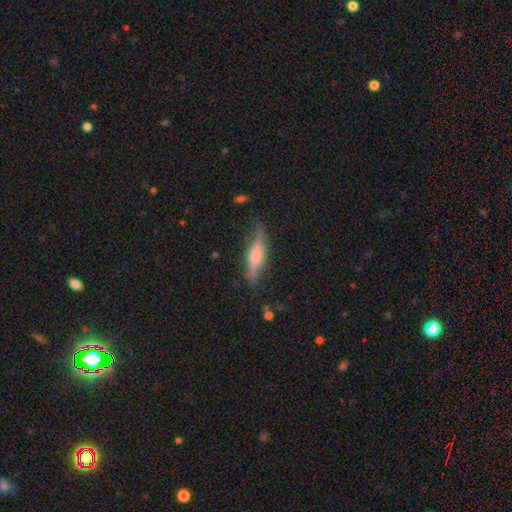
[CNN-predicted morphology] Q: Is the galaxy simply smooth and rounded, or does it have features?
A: featured or disk — 58%.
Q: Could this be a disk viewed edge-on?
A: yes — 90%.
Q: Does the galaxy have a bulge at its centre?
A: rounded — 73%.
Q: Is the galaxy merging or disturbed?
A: none — 76%.